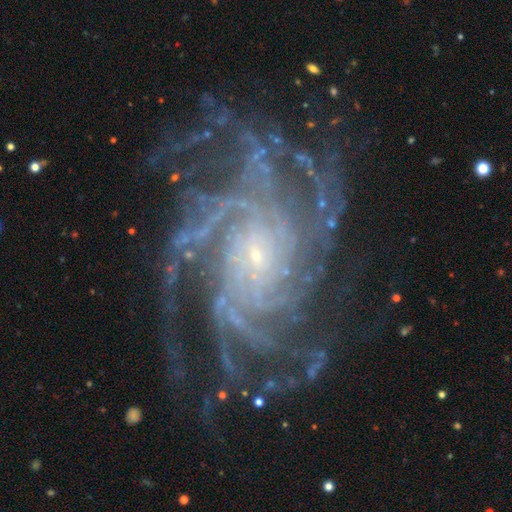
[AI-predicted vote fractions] A featured or disk galaxy (92%) with no bar (64%), more than 4 (40%) tight (69%) spiral arms (98%) and a small central bulge (86%). Merging: none (74%).